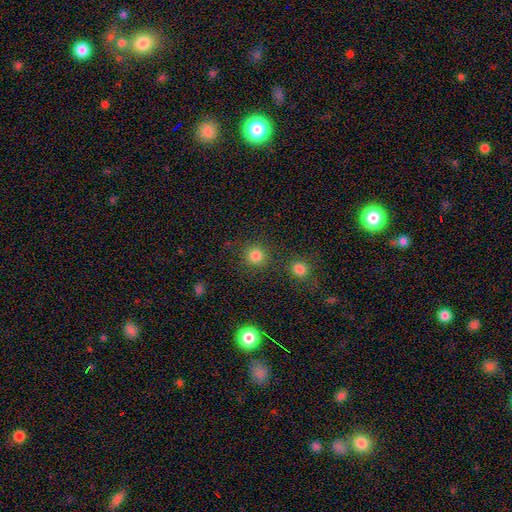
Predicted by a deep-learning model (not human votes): smooth_or_featured: smooth (p=0.81) [alt: star or artifact p=0.15]
how_rounded: round (p=0.93) [alt: in between p=0.06]
merging: none (p=0.83) [alt: minor disturbance p=0.07]